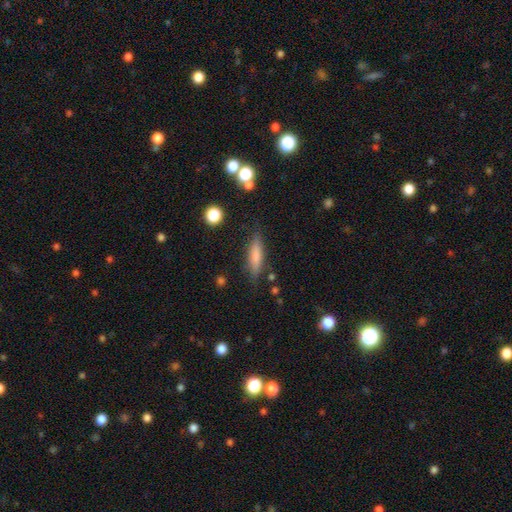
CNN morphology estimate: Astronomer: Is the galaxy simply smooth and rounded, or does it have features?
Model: smooth — 66%.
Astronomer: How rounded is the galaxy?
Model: cigar-shaped — 75%.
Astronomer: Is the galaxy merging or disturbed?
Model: none — 81%.